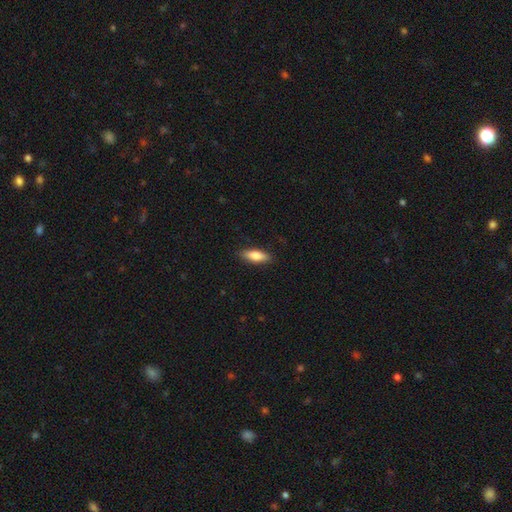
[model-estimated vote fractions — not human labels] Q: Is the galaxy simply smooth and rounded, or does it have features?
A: smooth — 76%.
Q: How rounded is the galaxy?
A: in between — 61%.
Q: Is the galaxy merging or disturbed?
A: none — 88%.